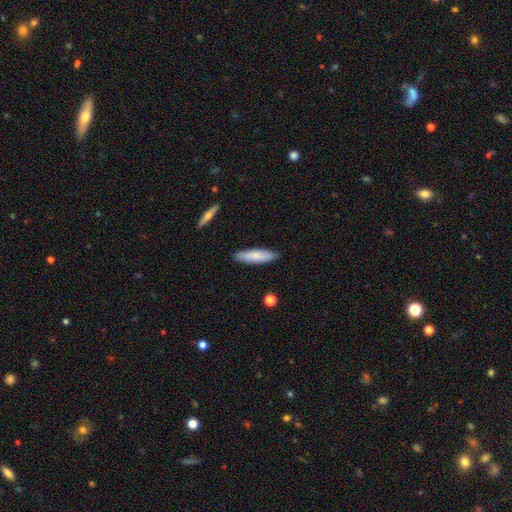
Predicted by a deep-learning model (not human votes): smooth_or_featured: smooth (p=0.77) [alt: featured or disk p=0.17]
how_rounded: cigar-shaped (p=0.64) [alt: in between p=0.35]
merging: none (p=0.87) [alt: minor disturbance p=0.10]